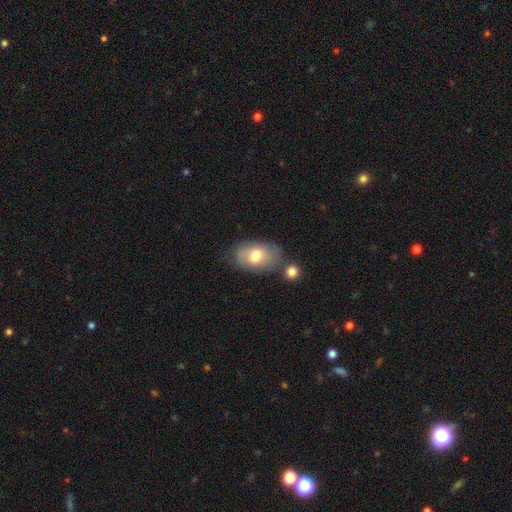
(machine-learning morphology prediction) smooth_or_featured: smooth (p=0.65) [alt: featured or disk p=0.28]
how_rounded: in between (p=0.90) [alt: round p=0.08]
merging: none (p=0.58) [alt: minor disturbance p=0.22]